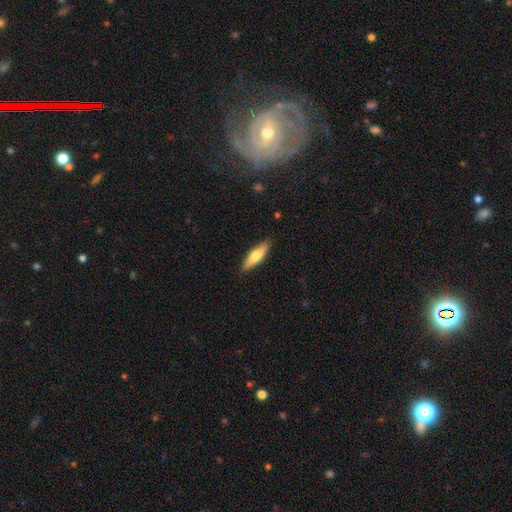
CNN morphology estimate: Q: Smooth or featured?
A: smooth (57%); runner-up: featured or disk (38%)
Q: How rounded?
A: cigar-shaped (67%); runner-up: in between (31%)
Q: Merging?
A: none (88%); runner-up: minor disturbance (9%)